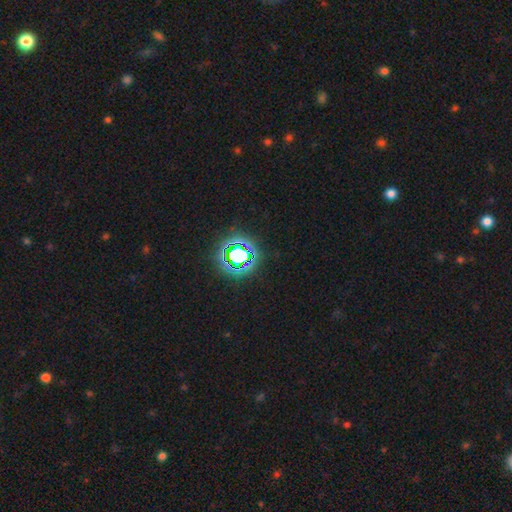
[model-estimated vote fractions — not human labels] This is clearly a star or artifact rather than a galaxy (80%).